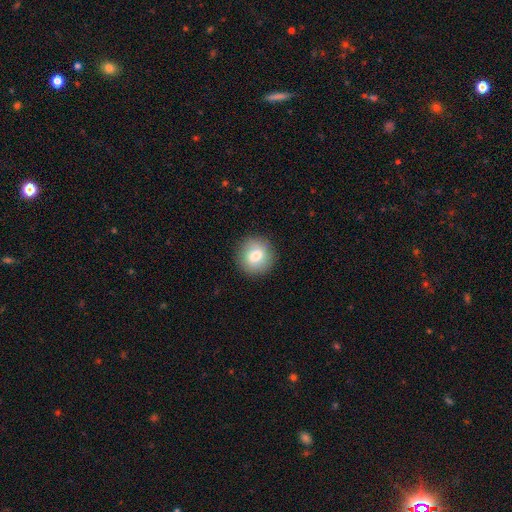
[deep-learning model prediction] Smooth or featured? smooth (75%)
How rounded? round (91%)
Merging? none (90%)